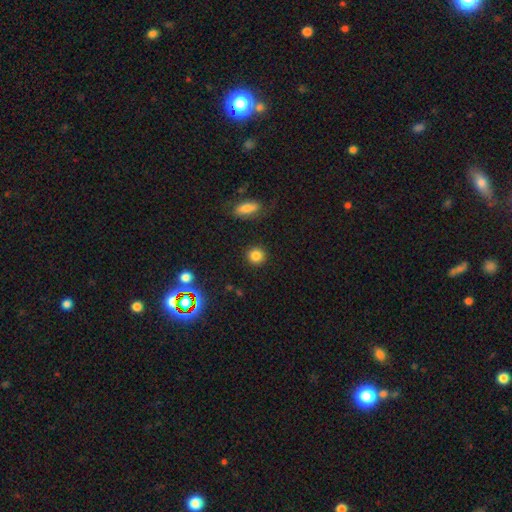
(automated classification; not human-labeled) Smooth or featured?
  - smooth: 82% *
  - star or artifact: 13%
  - featured or disk: 5%
How rounded?
  - round: 90% *
  - in between: 9%
  - cigar-shaped: 1%
Merging?
  - none: 89% *
  - minor disturbance: 7%
  - major disturbance: 3%
  - merger: 2%